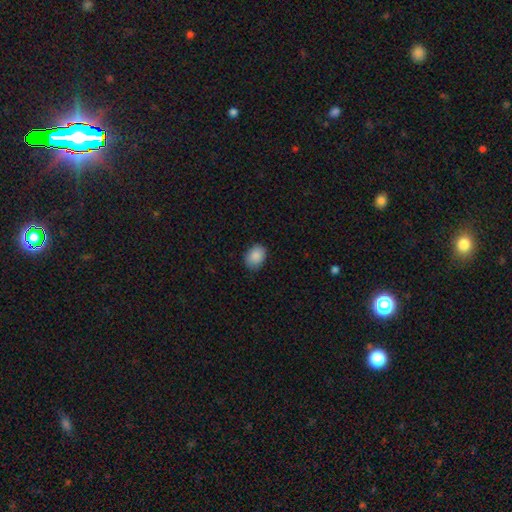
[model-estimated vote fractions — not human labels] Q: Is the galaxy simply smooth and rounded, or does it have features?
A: smooth — 88%.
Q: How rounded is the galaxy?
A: in between — 68%.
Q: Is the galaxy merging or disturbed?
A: none — 83%.